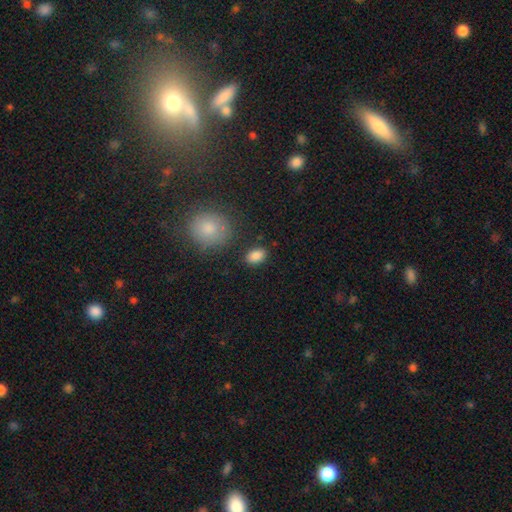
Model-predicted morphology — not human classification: Q: Smooth or featured?
A: smooth (86%); runner-up: star or artifact (9%)
Q: How rounded?
A: in between (83%); runner-up: round (16%)
Q: Merging?
A: none (84%); runner-up: minor disturbance (10%)